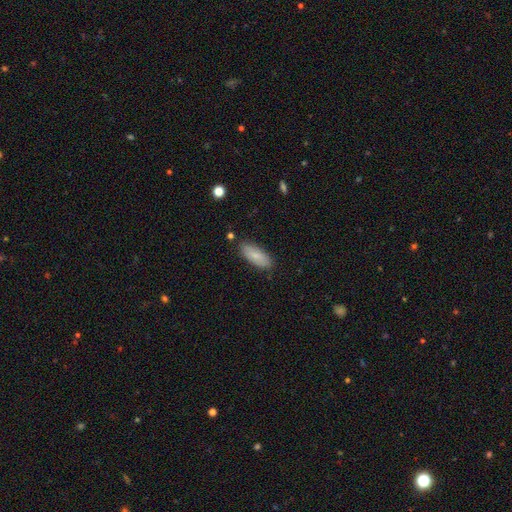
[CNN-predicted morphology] type=smooth (82%); roundness=in between (76%); merging=none (84%).